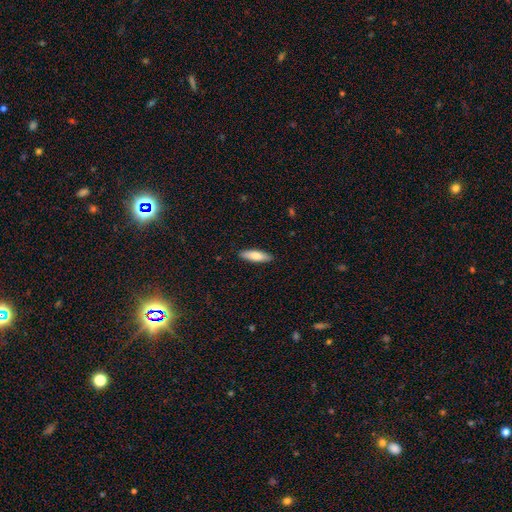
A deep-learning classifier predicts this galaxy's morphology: Smooth or featured?
  - smooth: 78% *
  - featured or disk: 17%
  - star or artifact: 5%
How rounded?
  - cigar-shaped: 52% *
  - in between: 46%
  - round: 2%
Merging?
  - none: 90% *
  - minor disturbance: 8%
  - major disturbance: 2%
  - merger: 1%